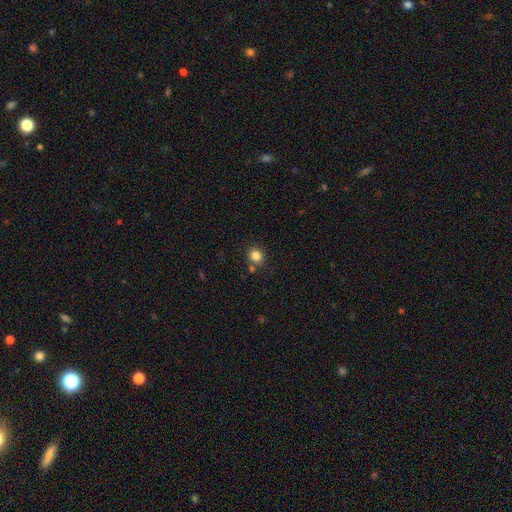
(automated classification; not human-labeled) Smooth or featured: smooth — 83% (star or artifact — 12%)
How rounded: round — 83% (in between — 16%)
Merging: none — 77% (minor disturbance — 10%)